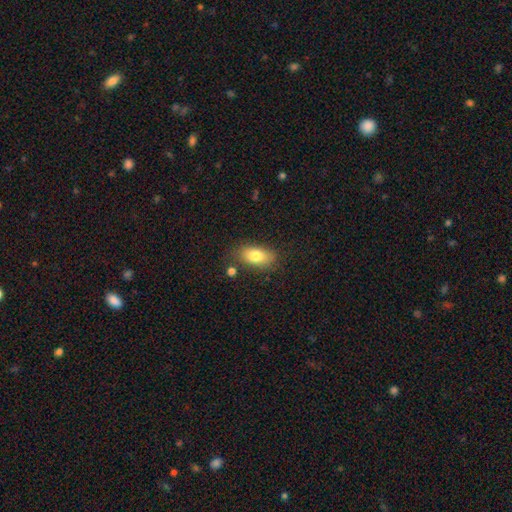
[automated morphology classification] Q: Smooth or featured?
A: smooth (79%); runner-up: featured or disk (13%)
Q: How rounded?
A: in between (88%); runner-up: cigar-shaped (6%)
Q: Merging?
A: none (77%); runner-up: minor disturbance (14%)